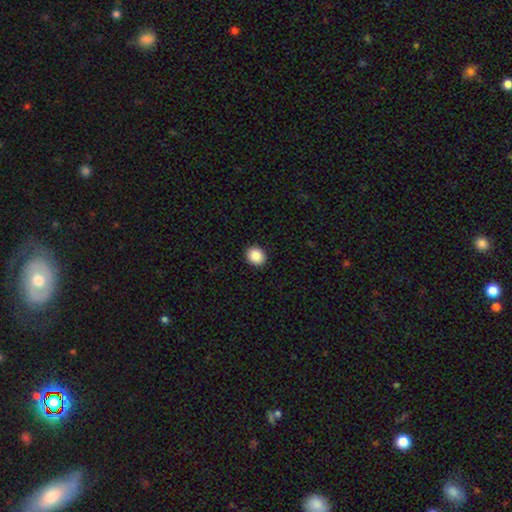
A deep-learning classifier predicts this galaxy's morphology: Smooth or featured? Predicted: smooth (p=0.87). How rounded? Predicted: round (p=0.69). Merging? Predicted: none (p=0.92).